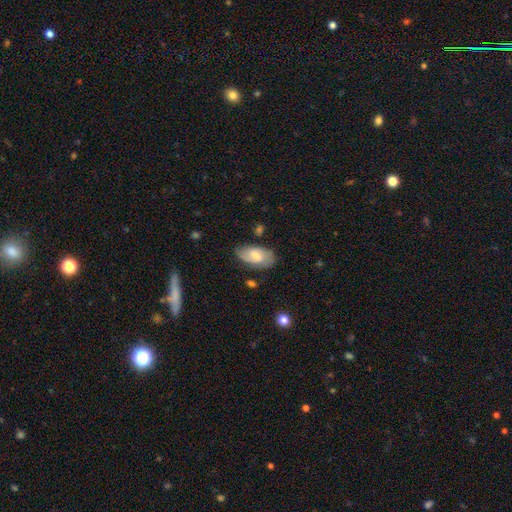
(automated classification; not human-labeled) A smooth galaxy with no disk features (55%) that is in between round and cigar-shaped (94%). Merging: none (73%).